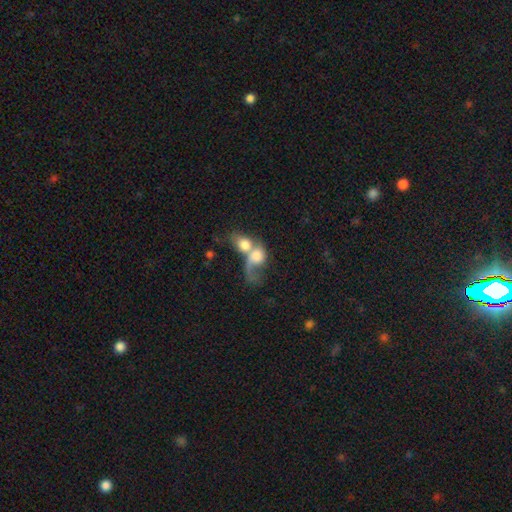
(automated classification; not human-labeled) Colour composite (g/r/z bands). It shows a smooth galaxy with no disk features (56%) that is round (49%). Merging: merger (78%).